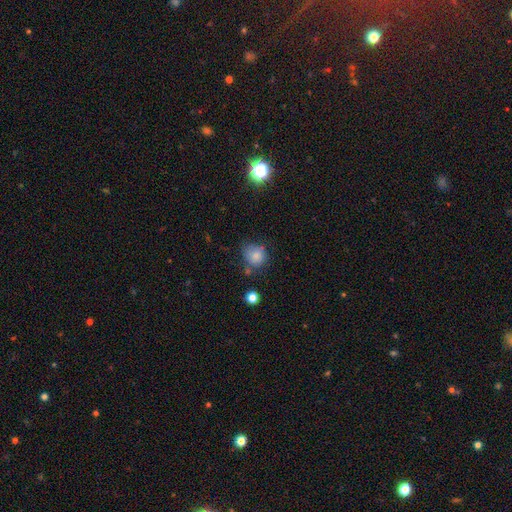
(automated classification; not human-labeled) smooth-or-featured: smooth: 79% | star or artifact: 11% | featured or disk: 10%
  how-rounded: round: 77% | in between: 23% | cigar-shaped: 1%
  merging: none: 55% | minor disturbance: 28% | major disturbance: 9% | merger: 8%